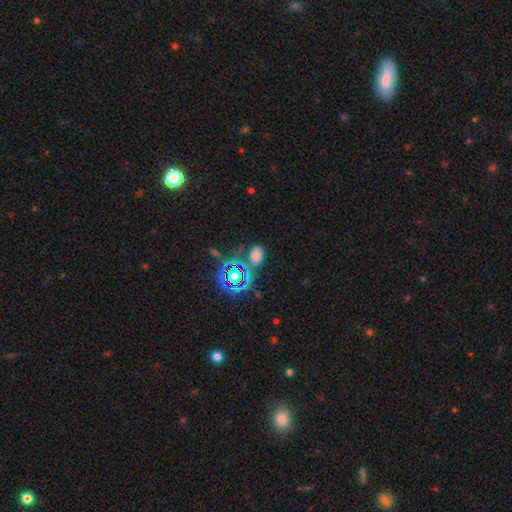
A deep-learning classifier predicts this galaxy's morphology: Smooth or featured? smooth (65%)
How rounded? in between (74%)
Merging? none (69%)